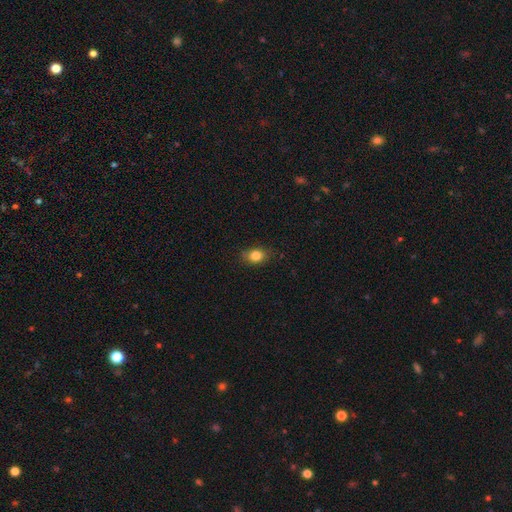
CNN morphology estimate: type=smooth (84%); roundness=in between (64%); merging=none (81%).